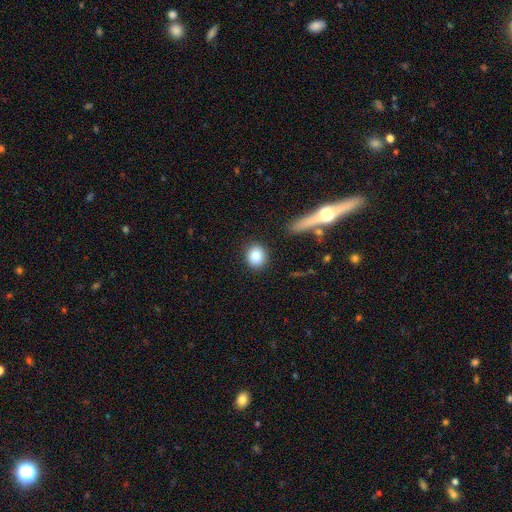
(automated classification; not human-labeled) Smooth or featured: smooth — 82% (star or artifact — 9%)
How rounded: round — 81% (in between — 17%)
Merging: none — 90% (minor disturbance — 6%)